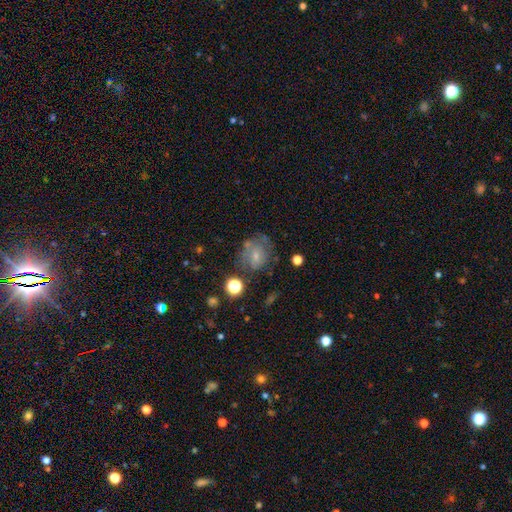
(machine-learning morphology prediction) Smooth or featured?
  - smooth: 52% *
  - featured or disk: 36%
  - star or artifact: 12%
How rounded?
  - round: 58% *
  - in between: 41%
  - cigar-shaped: 1%
Merging?
  - none: 51% *
  - minor disturbance: 25%
  - major disturbance: 18%
  - merger: 7%